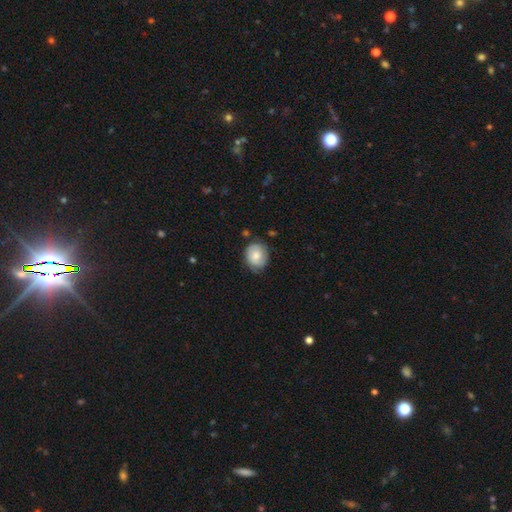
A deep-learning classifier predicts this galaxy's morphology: Q: Smooth or featured?
A: smooth (67%); runner-up: featured or disk (26%)
Q: How rounded?
A: round (59%); runner-up: in between (40%)
Q: Merging?
A: none (69%); runner-up: minor disturbance (24%)